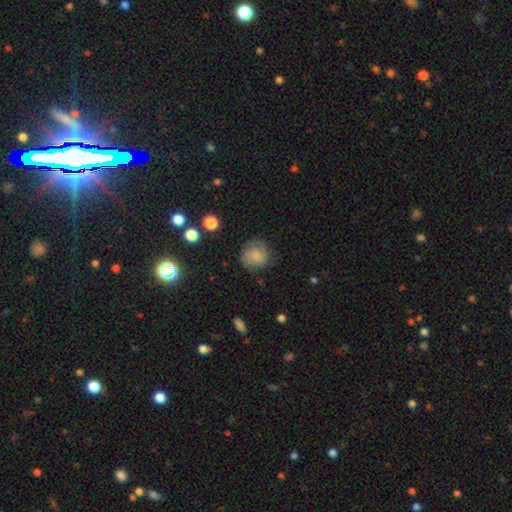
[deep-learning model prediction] Overall: smooth (70%). How rounded: round (84%). Merging: none (69%).